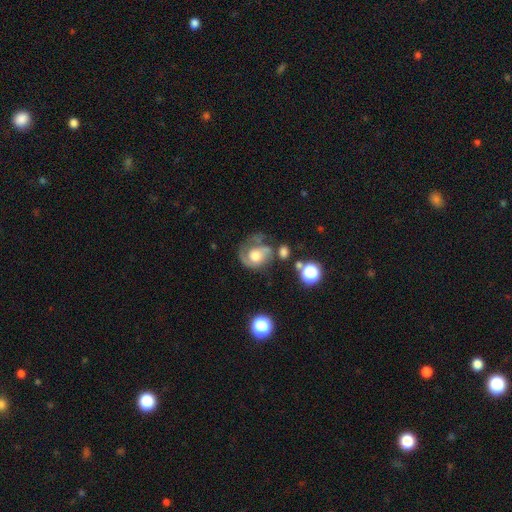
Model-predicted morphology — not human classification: smooth-or-featured: featured or disk: 70% | smooth: 22% | star or artifact: 8%
  disk-edge-on: no: 98% | yes: 2%
    bar: no: 72% | weak: 24% | strong: 4%
    has-spiral-arms: yes: 88% | no: 12%
      spiral-winding: medium: 44% | tight: 35% | loose: 21%
      spiral-arm-count: 2: 57% | 1: 28% | can't tell: 10% | 3: 3% | 4: 1% | more than 4: 1%
    bulge-size: moderate: 49% | large: 35% | small: 9% | none: 3% | dominant: 3%
  merging: none: 46% | major disturbance: 24% | minor disturbance: 23% | merger: 8%